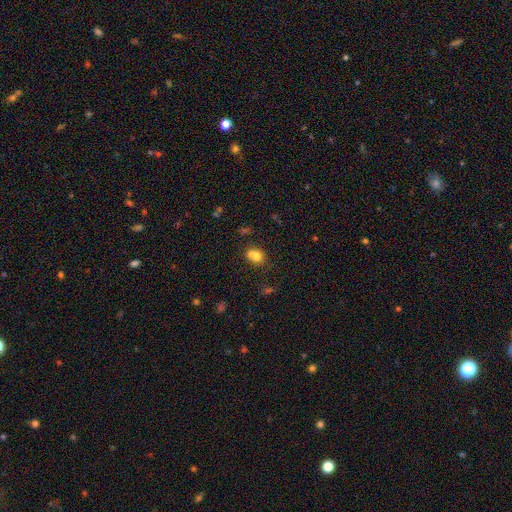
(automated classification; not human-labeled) smooth-or-featured: smooth: 75% | featured or disk: 13% | star or artifact: 12%
  how-rounded: round: 61% | in between: 38% | cigar-shaped: 1%
  merging: merger: 45% | none: 38% | minor disturbance: 12% | major disturbance: 5%